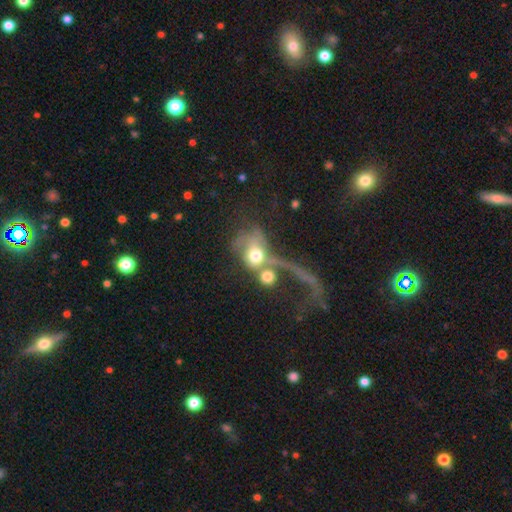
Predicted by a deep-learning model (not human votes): smooth-or-featured: smooth: 50% | featured or disk: 39% | star or artifact: 11%
  how-rounded: round: 51% | in between: 45% | cigar-shaped: 4%
  merging: merger: 52% | major disturbance: 30% | none: 12% | minor disturbance: 6%